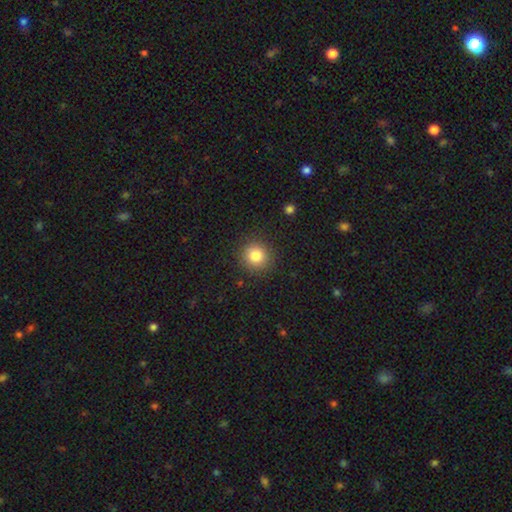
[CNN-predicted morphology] smooth_or_featured: smooth (p=0.82) [alt: star or artifact p=0.11]
how_rounded: round (p=0.92) [alt: in between p=0.07]
merging: none (p=0.90) [alt: minor disturbance p=0.07]